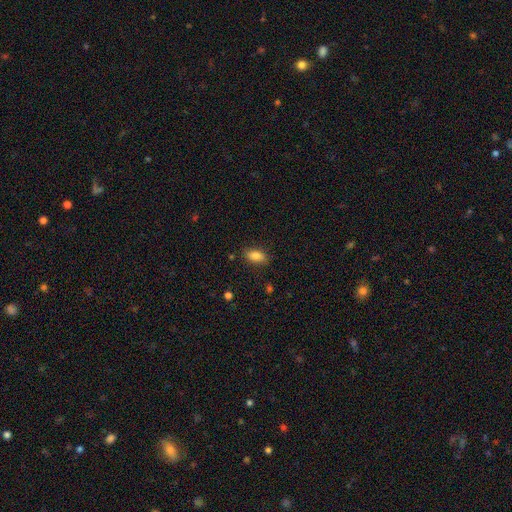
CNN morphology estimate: smooth-or-featured: smooth: 83% | star or artifact: 8% | featured or disk: 8%
  how-rounded: in between: 87% | cigar-shaped: 9% | round: 4%
  merging: none: 85% | minor disturbance: 11% | major disturbance: 3% | merger: 1%